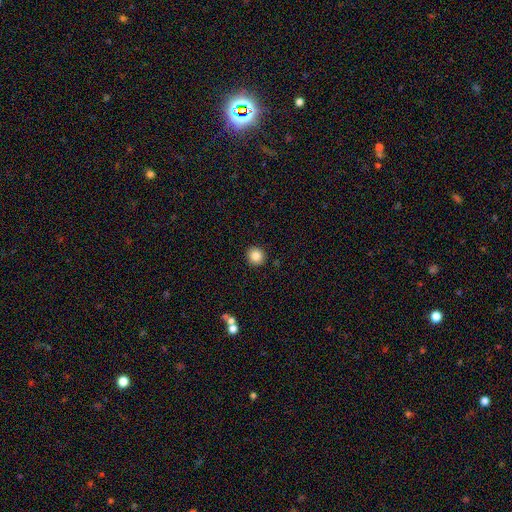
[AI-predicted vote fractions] Smooth or featured? smooth (85%)
How rounded? round (93%)
Merging? none (92%)